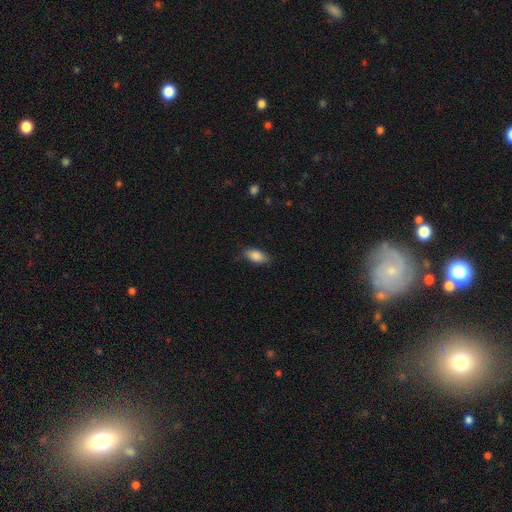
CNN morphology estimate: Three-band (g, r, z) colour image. It shows a smooth galaxy with no disk features (87%) that is in between round and cigar-shaped (90%). Merging: none (80%).